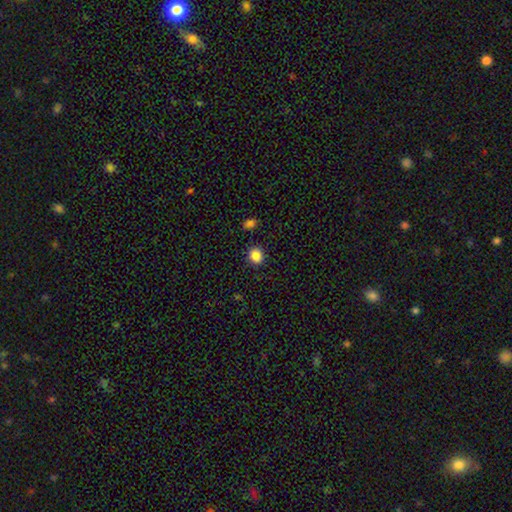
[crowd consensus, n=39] smooth 87%, star or artifact 8%, featured or disk 5%. Down the decision tree: how rounded — round (59%); merging — none (86%).